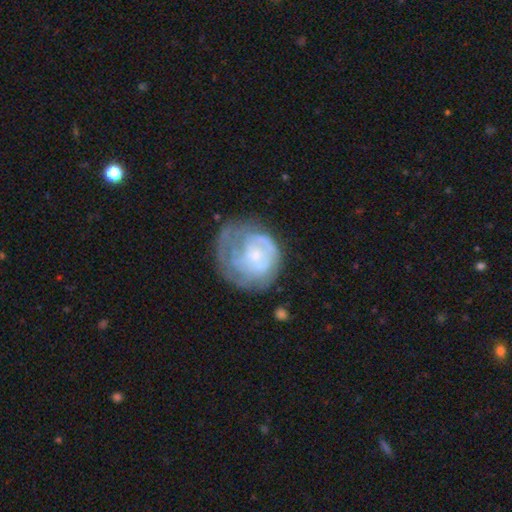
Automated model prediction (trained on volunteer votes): Morphology: type=featured or disk (63%); edge-on=no (98%); bar=no (78%); spiral arms=yes (68%); bulge=small (60%); merging=none (46%).